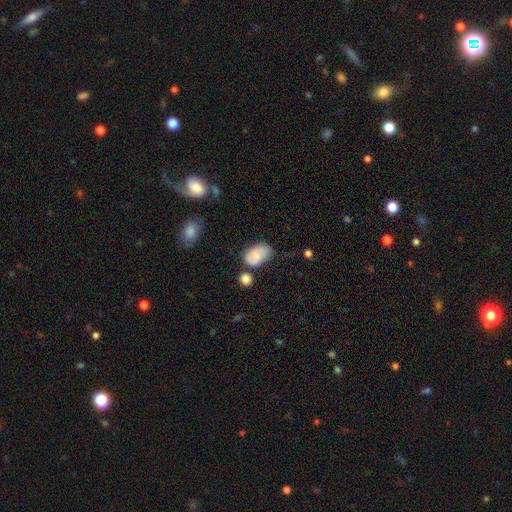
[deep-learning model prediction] Q: Smooth or featured?
A: smooth (64%); runner-up: featured or disk (28%)
Q: How rounded?
A: in between (87%); runner-up: round (12%)
Q: Merging?
A: none (54%); runner-up: minor disturbance (29%)